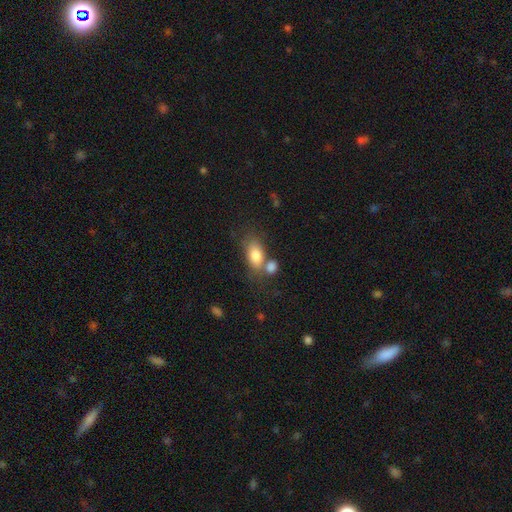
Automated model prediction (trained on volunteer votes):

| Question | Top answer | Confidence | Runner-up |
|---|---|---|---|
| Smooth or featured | smooth | 80% | featured or disk (12%) |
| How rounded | in between | 86% | round (10%) |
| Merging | none | 45% | merger (34%) |